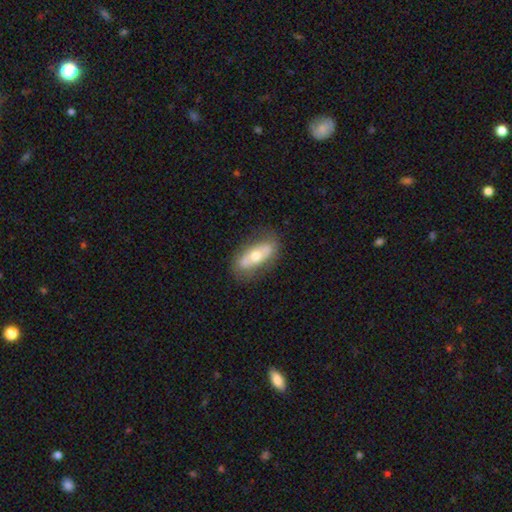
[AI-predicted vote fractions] Overall: smooth (48%; featured or disk 46%). Merging: none (76%).